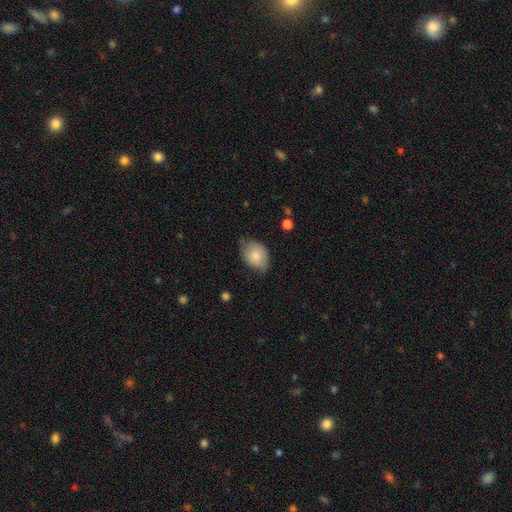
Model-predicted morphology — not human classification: smooth 80%, featured or disk 13%, star or artifact 7%. Down the decision tree: how rounded — in between (70%); merging — none (55%).